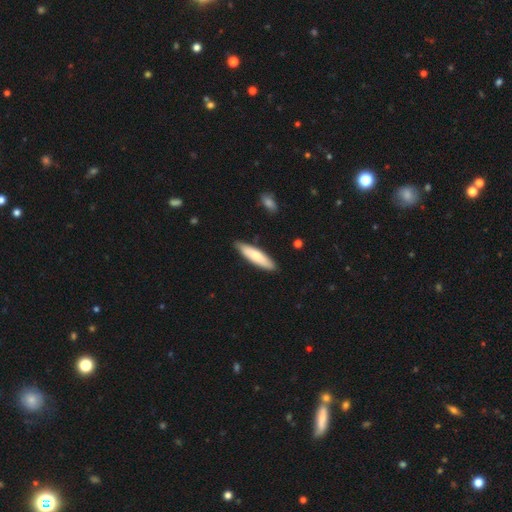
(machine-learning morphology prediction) Smooth or featured?
  - smooth: 71% *
  - featured or disk: 24%
  - star or artifact: 5%
How rounded?
  - cigar-shaped: 72% *
  - in between: 27%
  - round: 1%
Merging?
  - none: 87% *
  - minor disturbance: 10%
  - major disturbance: 2%
  - merger: 1%